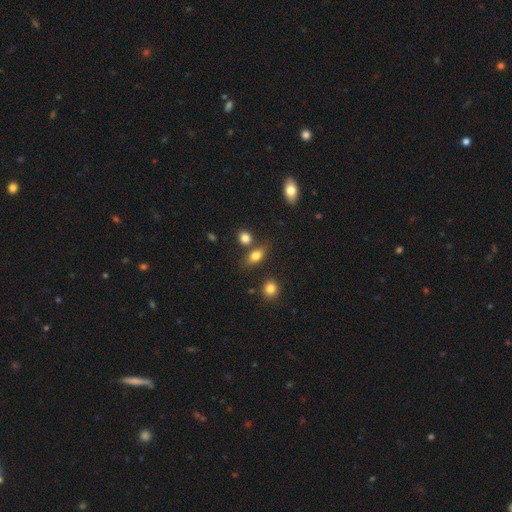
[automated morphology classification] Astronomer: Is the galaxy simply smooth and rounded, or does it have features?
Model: smooth — 80%.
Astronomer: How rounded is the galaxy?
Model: in between — 74%.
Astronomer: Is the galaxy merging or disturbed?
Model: none — 70%.